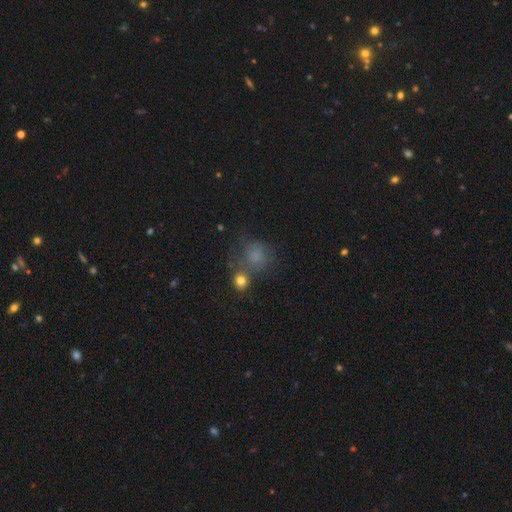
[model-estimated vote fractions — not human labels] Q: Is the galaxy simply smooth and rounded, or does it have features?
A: smooth — 64%.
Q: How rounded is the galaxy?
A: round — 76%.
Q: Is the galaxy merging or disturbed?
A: none — 46%.